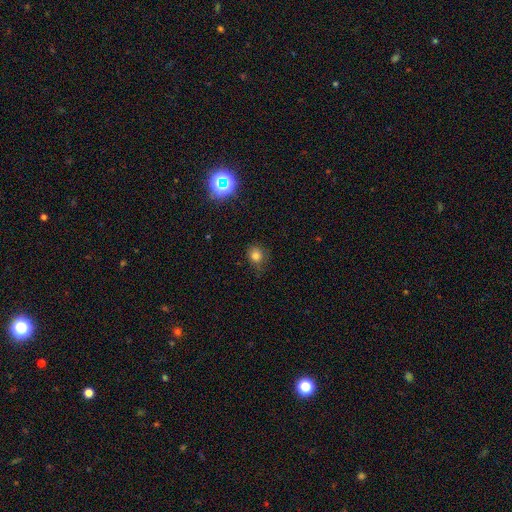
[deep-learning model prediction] smooth_or_featured: smooth (p=0.78) [alt: star or artifact p=0.15]
how_rounded: round (p=0.76) [alt: in between p=0.23]
merging: none (p=0.69) [alt: minor disturbance p=0.22]